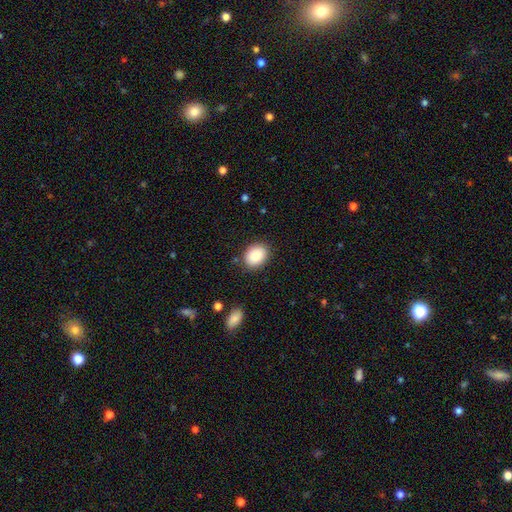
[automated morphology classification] This is clearly a smooth galaxy (87%). How rounded: likely in between (65%). Merging: clearly none (86%).